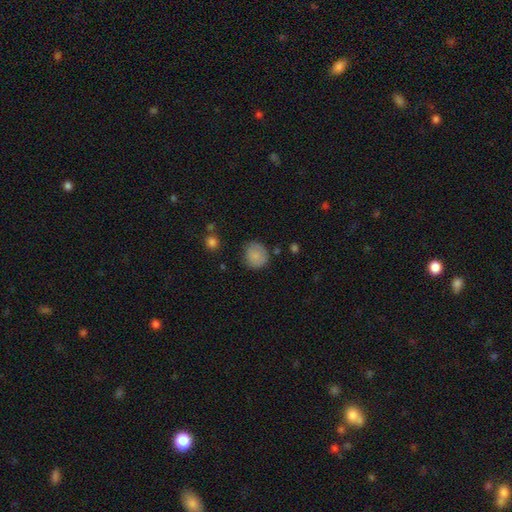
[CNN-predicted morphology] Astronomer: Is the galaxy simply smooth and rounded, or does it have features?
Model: smooth — 84%.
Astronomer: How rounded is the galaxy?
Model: round — 82%.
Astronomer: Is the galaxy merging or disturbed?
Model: none — 76%.